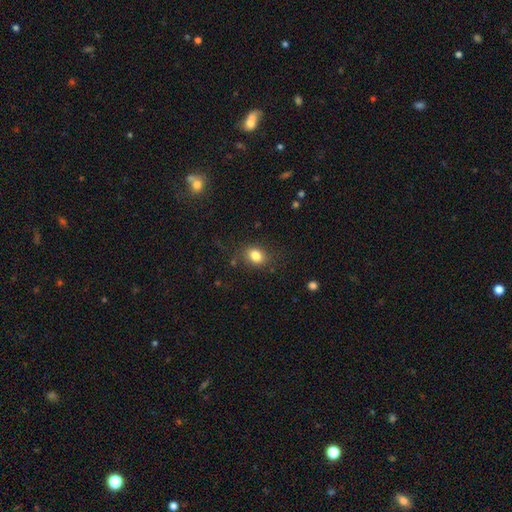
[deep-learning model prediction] Smooth or featured?
  - smooth: 83% *
  - star or artifact: 10%
  - featured or disk: 7%
How rounded?
  - in between: 59% *
  - round: 40%
  - cigar-shaped: 1%
Merging?
  - none: 79% *
  - minor disturbance: 14%
  - major disturbance: 5%
  - merger: 2%